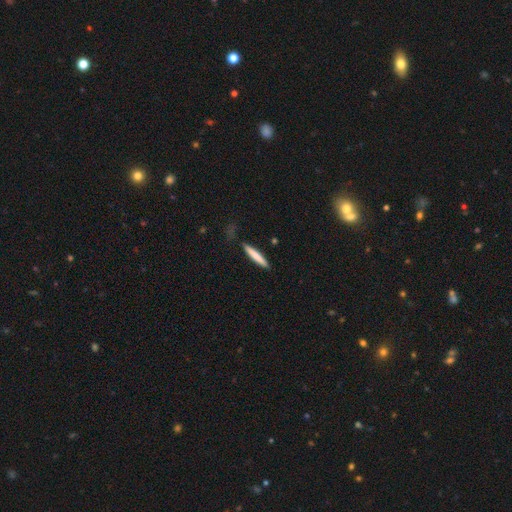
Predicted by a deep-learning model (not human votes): This is likely a smooth galaxy (75%). How rounded: clearly cigar-shaped (94%). Merging: clearly none (85%).